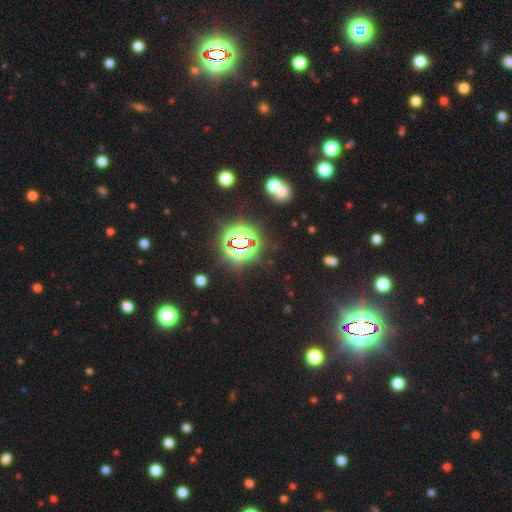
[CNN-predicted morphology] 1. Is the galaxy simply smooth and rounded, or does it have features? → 80% star or artifact, 13% smooth, 6% featured or disk.